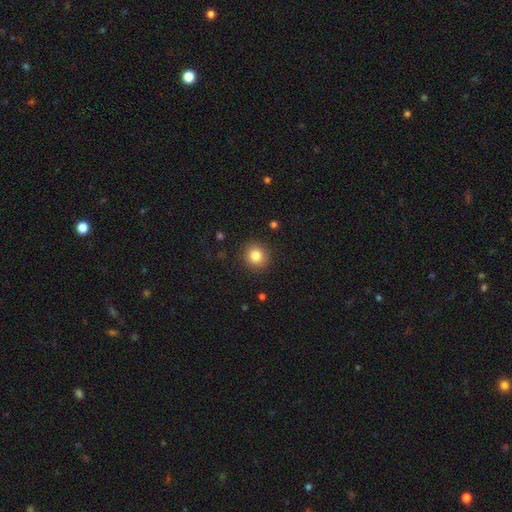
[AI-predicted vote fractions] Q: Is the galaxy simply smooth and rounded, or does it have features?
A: smooth — 84%.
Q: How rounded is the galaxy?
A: round — 89%.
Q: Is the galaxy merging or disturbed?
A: none — 90%.